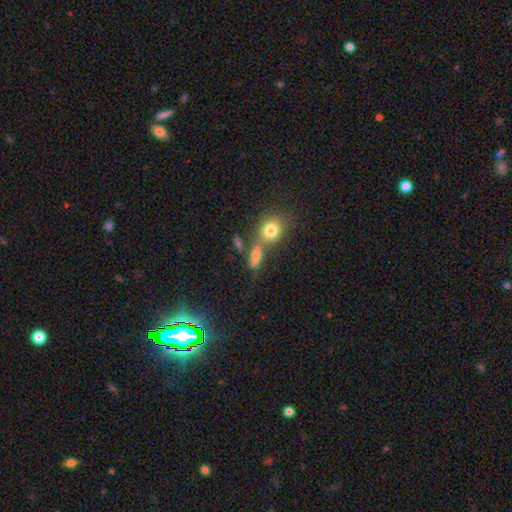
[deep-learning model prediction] Morphology: type=smooth (65%); roundness=in between (56%); merging=none (44%).